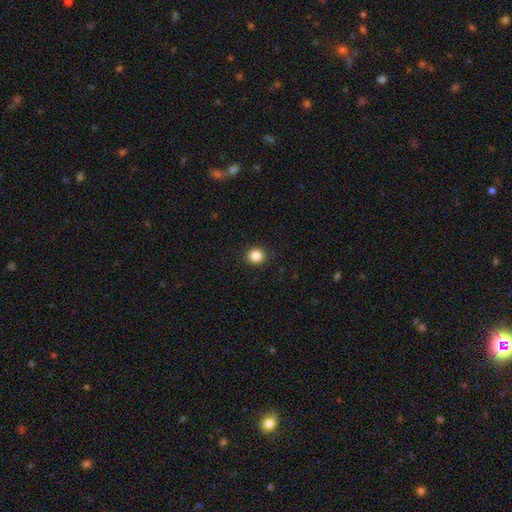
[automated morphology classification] A smooth galaxy with no disk features (86%) that is round (84%). Merging: none (91%).